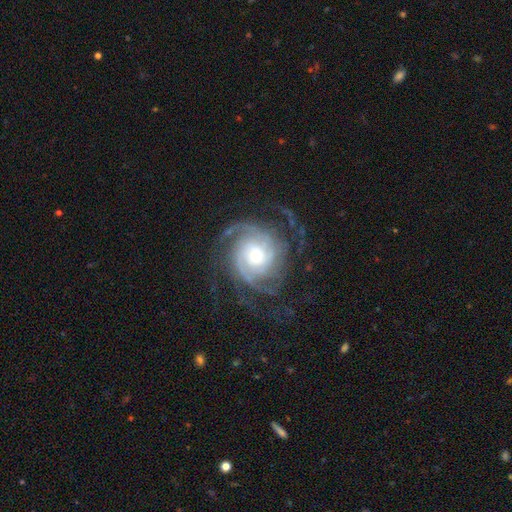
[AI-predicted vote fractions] This is clearly a featured or disk galaxy (91%). It is clearly not viewed edge-on (98%). Bar: likely no (70%). Spiral arm pattern: clearly yes (98%). Spiral arm count: marginally 3 (32%). Spiral winding: likely tight (67%). Central bulge: possibly moderate (48%). Merging: likely none (74%).